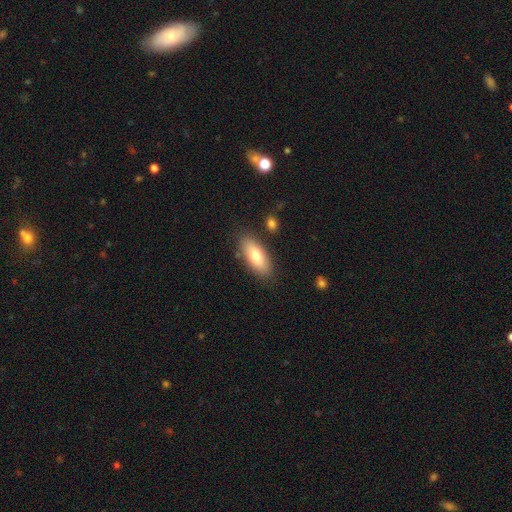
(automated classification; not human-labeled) A smooth galaxy with no disk features (74%) that is in between round and cigar-shaped (80%). Merging: none (84%).